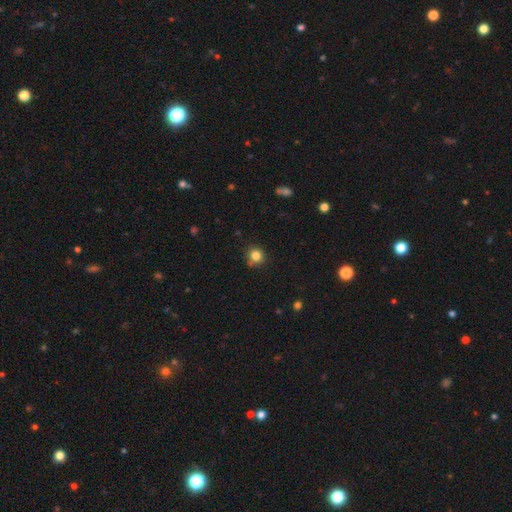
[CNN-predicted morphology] smooth 82%, star or artifact 12%, featured or disk 5%. Down the decision tree: how rounded — round (91%); merging — none (80%).